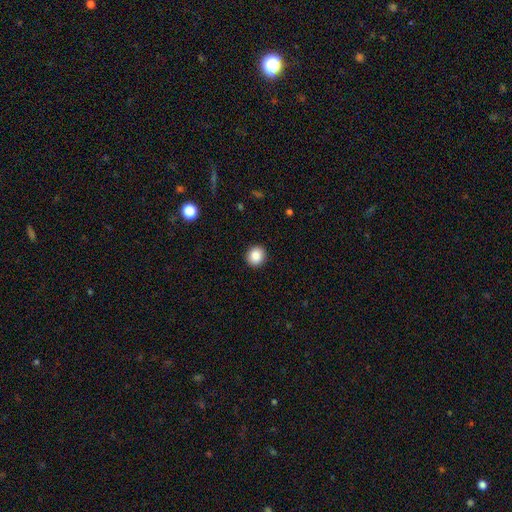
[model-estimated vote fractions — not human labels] A smooth galaxy with no disk features (88%) that is round (83%).

Vote fractions:
- Smooth or featured? smooth: 88% / star or artifact: 9% / featured or disk: 4%
- How rounded? round: 83% / in between: 16% / cigar-shaped: 1%
- Merging? none: 92% / minor disturbance: 6% / major disturbance: 2% / merger: 1%